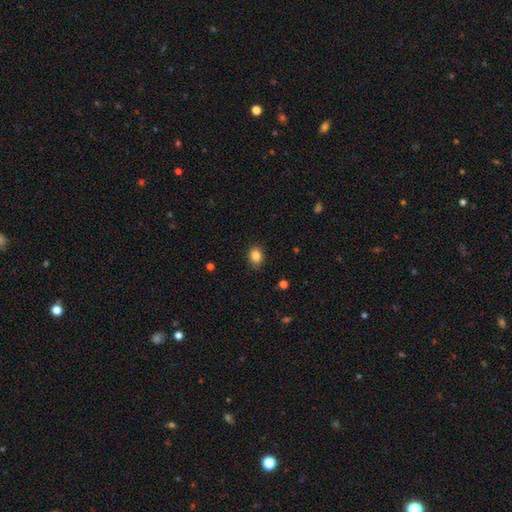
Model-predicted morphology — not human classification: smooth 85%, star or artifact 10%, featured or disk 5%. Down the decision tree: how rounded — in between (61%); merging — none (85%).